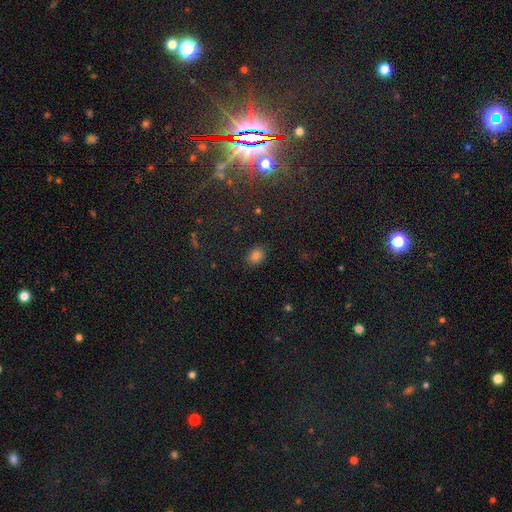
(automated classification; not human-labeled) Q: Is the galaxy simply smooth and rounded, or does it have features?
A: smooth — 81%.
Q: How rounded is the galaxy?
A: in between — 64%.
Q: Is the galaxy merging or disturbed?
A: none — 83%.